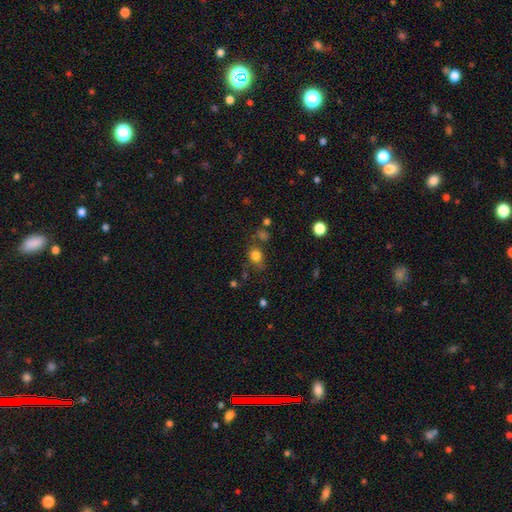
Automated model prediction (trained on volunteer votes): Smooth or featured?
  - smooth: 79% *
  - star or artifact: 13%
  - featured or disk: 8%
How rounded?
  - round: 55% *
  - in between: 43%
  - cigar-shaped: 1%
Merging?
  - none: 65% *
  - minor disturbance: 20%
  - major disturbance: 8%
  - merger: 7%